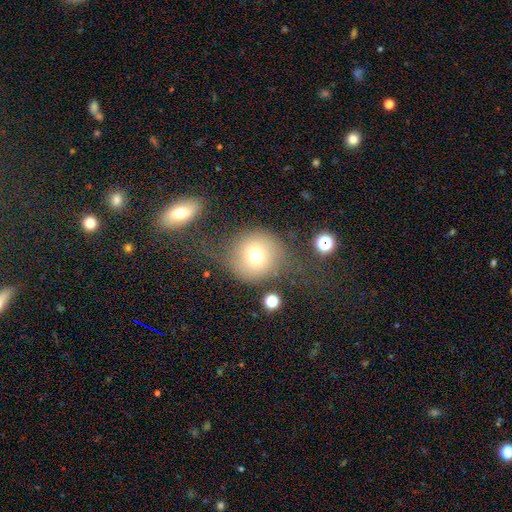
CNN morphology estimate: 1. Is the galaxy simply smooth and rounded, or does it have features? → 70% smooth, 18% featured or disk, 13% star or artifact.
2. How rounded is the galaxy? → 90% round, 9% in between, 1% cigar-shaped.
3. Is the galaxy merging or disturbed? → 60% none, 16% minor disturbance, 14% major disturbance, 9% merger.